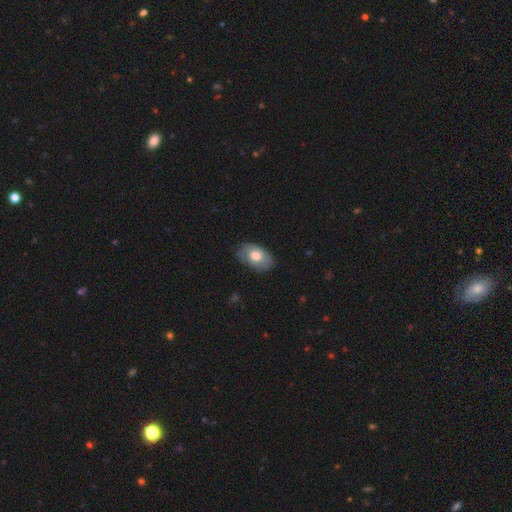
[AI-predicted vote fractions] smooth 67%, featured or disk 27%, star or artifact 6%. Down the decision tree: how rounded — in between (90%); merging — none (73%).